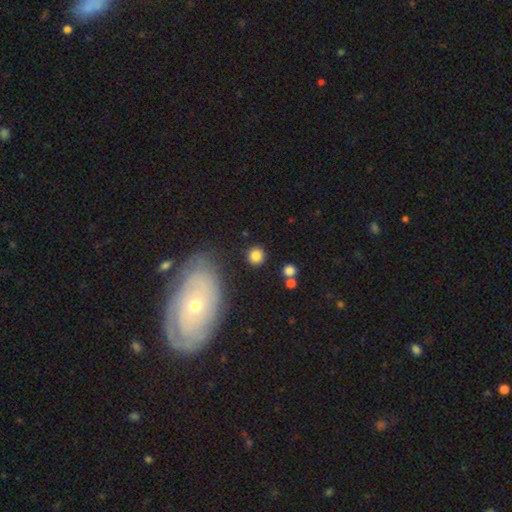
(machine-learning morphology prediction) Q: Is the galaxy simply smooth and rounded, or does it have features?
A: smooth — 84%.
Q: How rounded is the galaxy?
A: round — 92%.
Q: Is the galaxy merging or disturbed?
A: none — 87%.